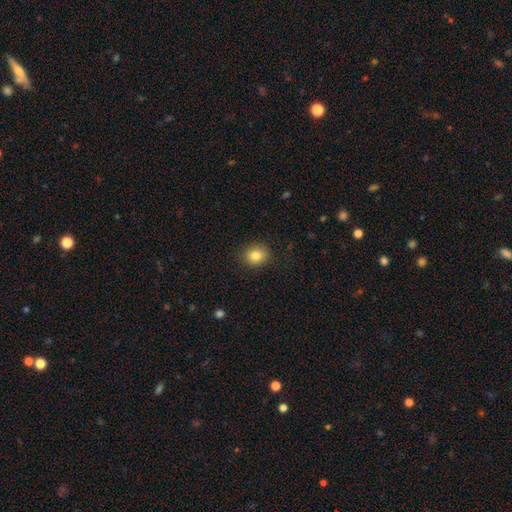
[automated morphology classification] This is clearly a smooth galaxy (83%). How rounded: likely round (71%). Merging: clearly none (89%).